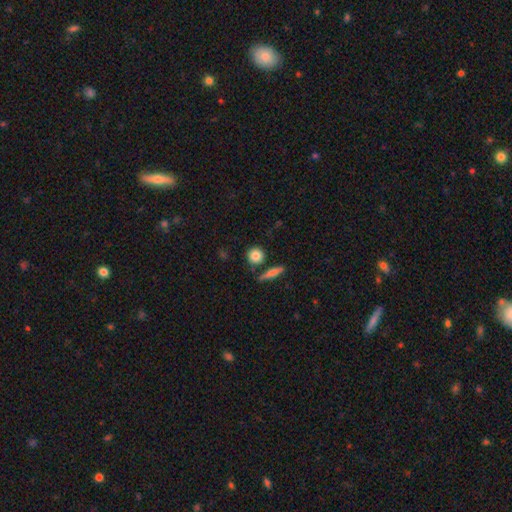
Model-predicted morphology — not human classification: smooth 83%, featured or disk 9%, star or artifact 8%. Down the decision tree: how rounded — round (87%); merging — none (80%).